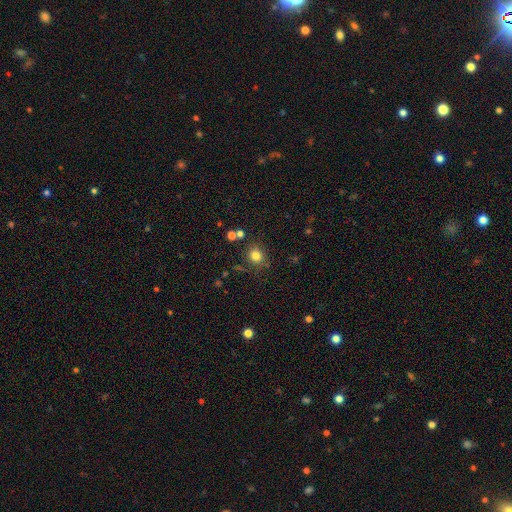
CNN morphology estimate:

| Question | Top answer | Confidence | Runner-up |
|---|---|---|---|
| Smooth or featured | smooth | 79% | star or artifact (14%) |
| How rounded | round | 73% | in between (26%) |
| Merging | none | 78% | minor disturbance (12%) |